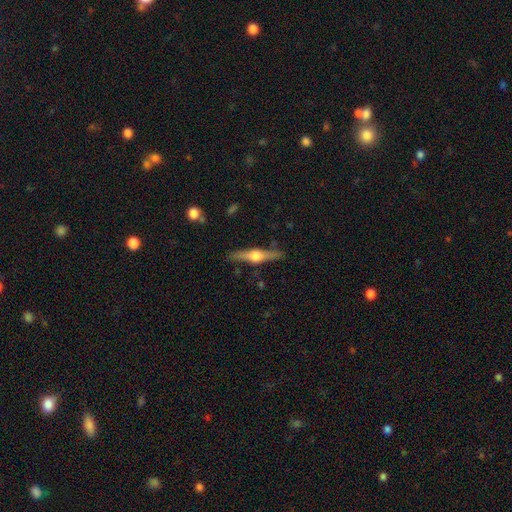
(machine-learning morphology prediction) featured or disk 76%, smooth 19%, star or artifact 5%. Down the decision tree: edge-on disk — yes (97%); edge-on bulge — rounded (95%); merging — none (86%).